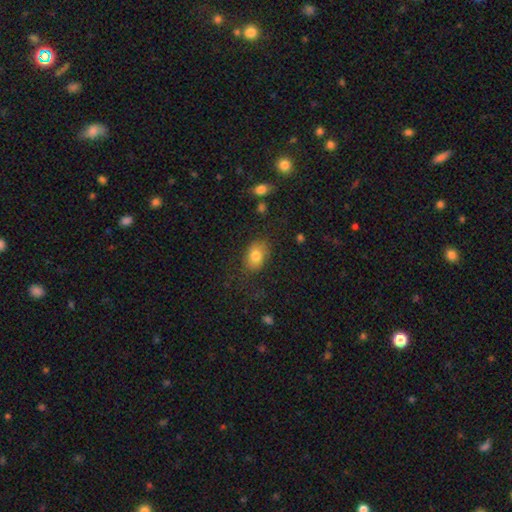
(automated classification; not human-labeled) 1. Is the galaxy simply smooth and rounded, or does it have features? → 80% smooth, 11% featured or disk, 9% star or artifact.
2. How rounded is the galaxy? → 75% in between, 24% round, 1% cigar-shaped.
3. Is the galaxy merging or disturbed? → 75% none, 17% minor disturbance, 7% major disturbance, 2% merger.